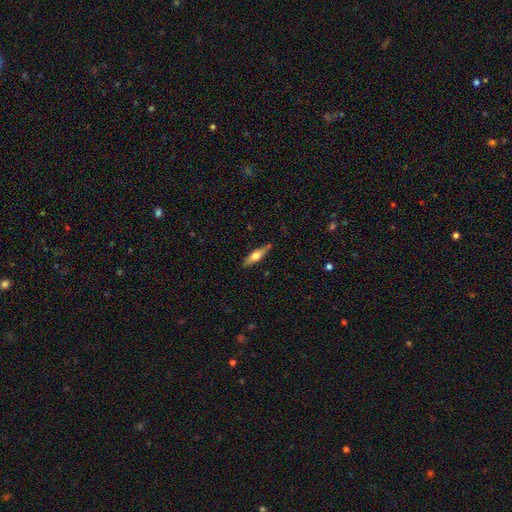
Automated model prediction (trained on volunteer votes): Morphology: type=smooth (50%); merging=none (80%).